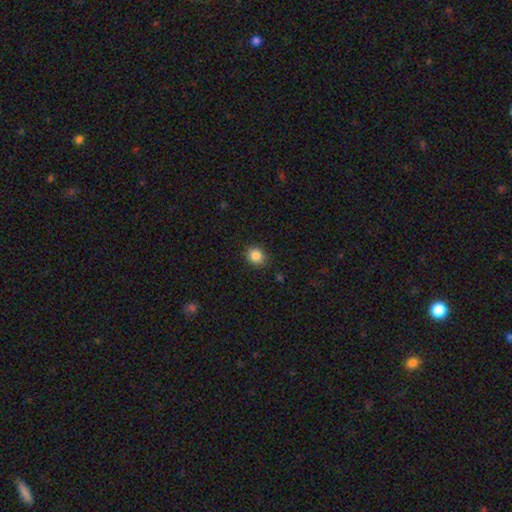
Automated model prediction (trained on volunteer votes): Smooth or featured? Predicted: smooth (p=0.86). How rounded? Predicted: round (p=0.71). Merging? Predicted: none (p=0.86).